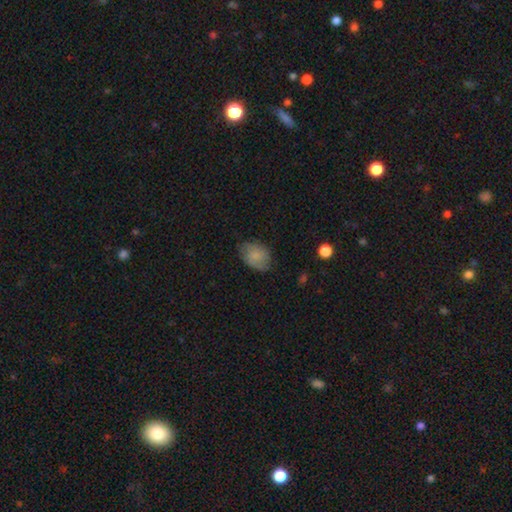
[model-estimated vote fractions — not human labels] smooth 73%, featured or disk 19%, star or artifact 8%. Down the decision tree: how rounded — in between (72%); merging — none (66%).